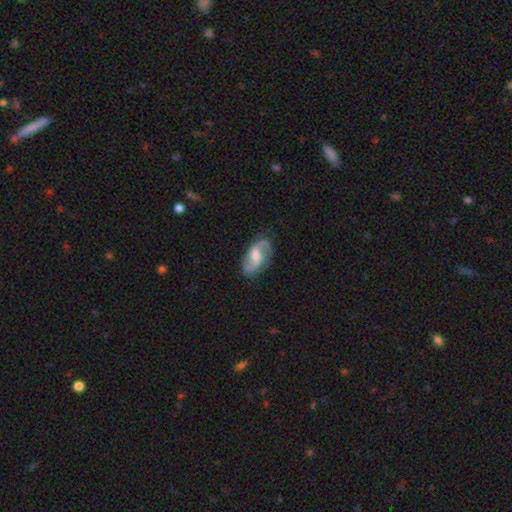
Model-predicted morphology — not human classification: type=featured or disk (82%); edge-on=no (97%); bar=weak (51%); spiral arms=yes (96%); winding=loose (45%); arm count=2 (92%); bulge=moderate (55%); merging=none (81%).